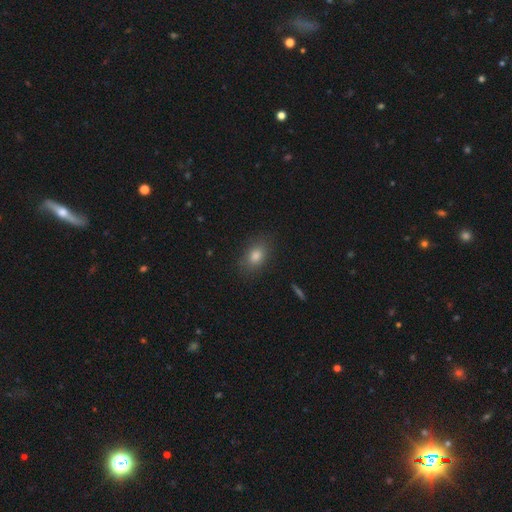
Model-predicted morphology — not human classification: Smooth or featured? smooth (81%)
How rounded? in between (74%)
Merging? none (85%)